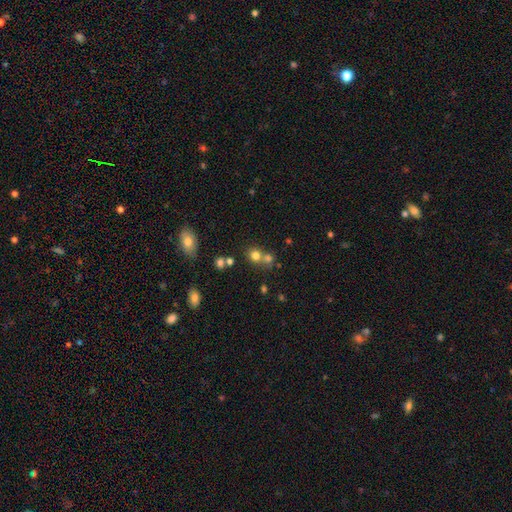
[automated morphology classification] The model was most divided on "merging": none: 52%, merger: 38%, minor disturbance: 7%, major disturbance: 3%. More confident: how rounded — round (82%); smooth or featured — smooth (73%).